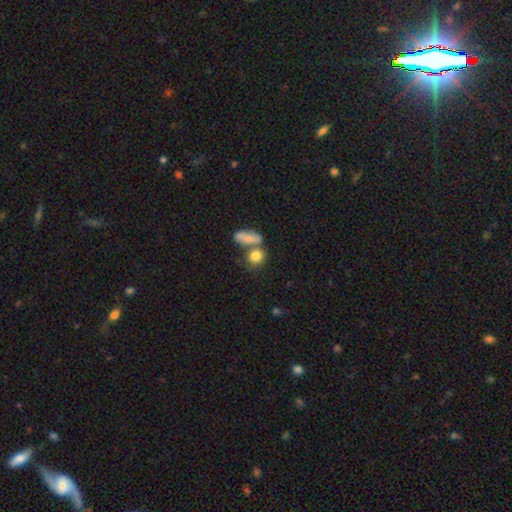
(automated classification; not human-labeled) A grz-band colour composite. It shows a smooth galaxy with no disk features (80%) that is round (65%). Merging: none (43%).